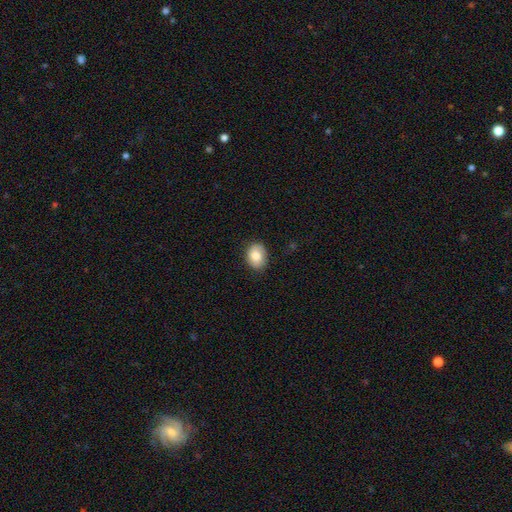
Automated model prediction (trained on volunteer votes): Morphology: type=smooth (82%); roundness=in between (66%); merging=none (81%).